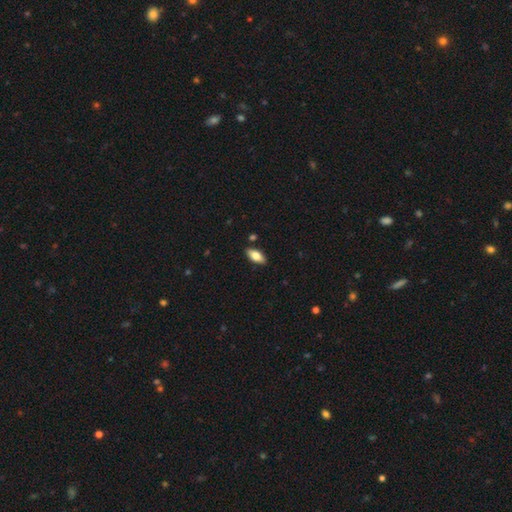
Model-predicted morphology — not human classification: Q: Smooth or featured?
A: smooth (77%); runner-up: featured or disk (16%)
Q: How rounded?
A: in between (88%); runner-up: cigar-shaped (10%)
Q: Merging?
A: none (88%); runner-up: minor disturbance (9%)